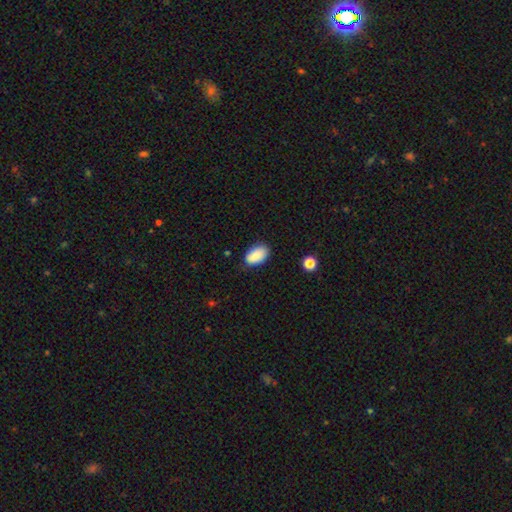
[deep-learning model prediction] Smooth or featured? Predicted: smooth (p=0.88). How rounded? Predicted: in between (p=0.94). Merging? Predicted: none (p=0.78).